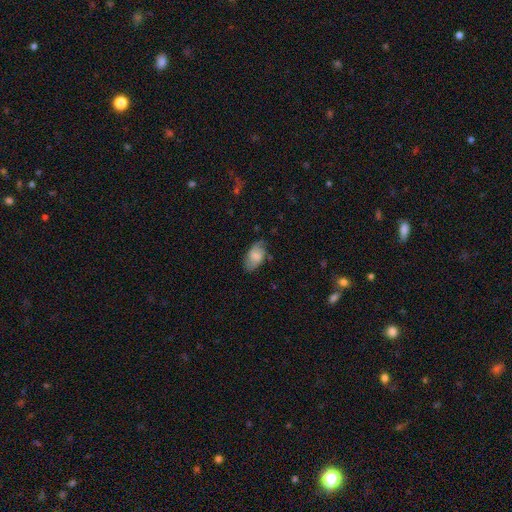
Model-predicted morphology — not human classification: Smooth or featured?
  - smooth: 62% *
  - featured or disk: 30%
  - star or artifact: 8%
How rounded?
  - in between: 91% *
  - round: 6%
  - cigar-shaped: 2%
Merging?
  - none: 63% *
  - minor disturbance: 27%
  - major disturbance: 8%
  - merger: 2%